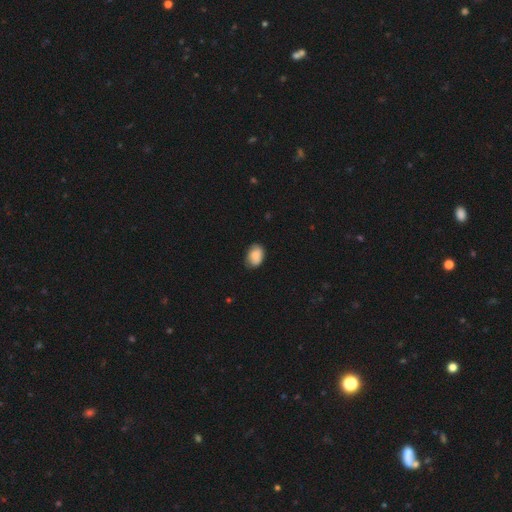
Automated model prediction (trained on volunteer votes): This appears to be a smooth galaxy with no disk features (87%) that is in between round and cigar-shaped (81%). Merging: none (73%).